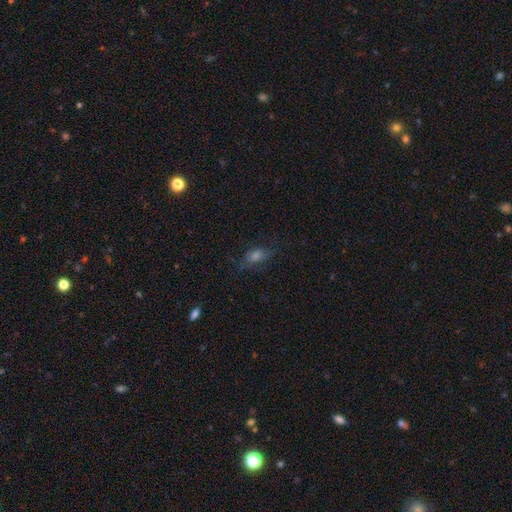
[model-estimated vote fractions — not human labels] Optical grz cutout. It shows a smooth galaxy with no disk features (49%). Merging: none (65%).